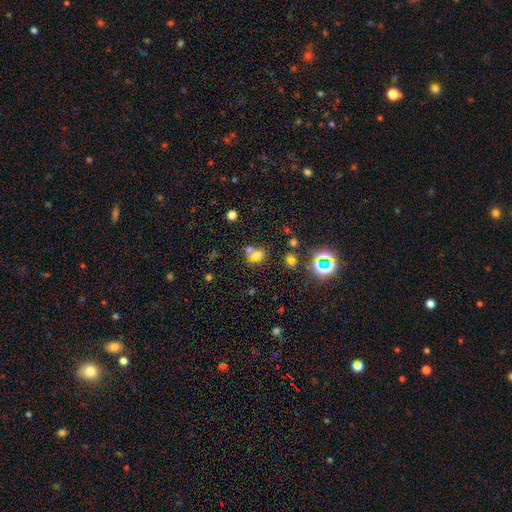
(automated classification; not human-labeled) Smooth or featured? smooth (54%)
How rounded? in between (51%)
Merging? none (55%)